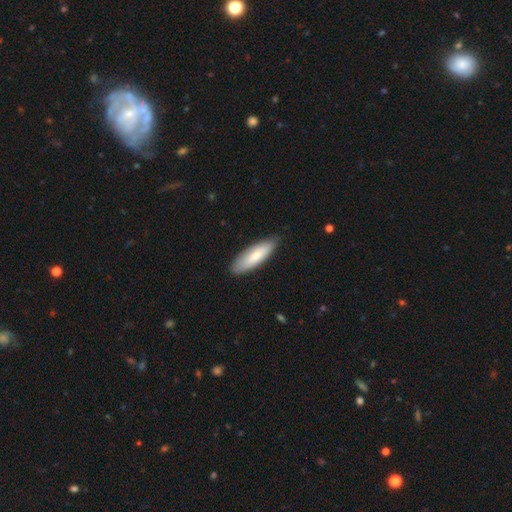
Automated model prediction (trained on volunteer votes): Q: Smooth or featured?
A: smooth (77%); runner-up: featured or disk (18%)
Q: How rounded?
A: in between (52%); runner-up: cigar-shaped (47%)
Q: Merging?
A: none (84%); runner-up: minor disturbance (12%)